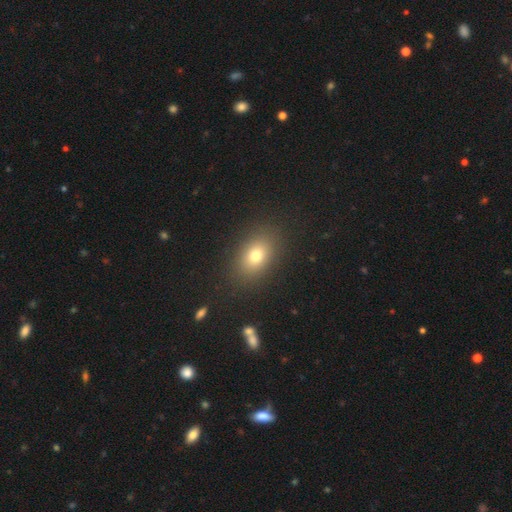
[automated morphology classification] Q: Smooth or featured?
A: smooth (76%); runner-up: star or artifact (12%)
Q: How rounded?
A: in between (74%); runner-up: round (25%)
Q: Merging?
A: none (86%); runner-up: minor disturbance (9%)